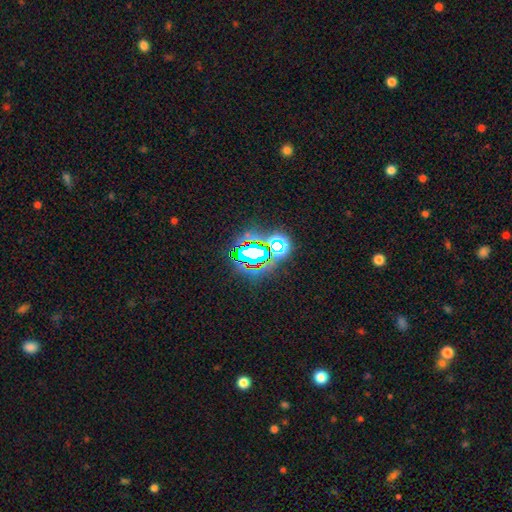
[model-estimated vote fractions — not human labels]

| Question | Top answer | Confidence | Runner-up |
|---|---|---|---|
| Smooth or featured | star or artifact | 77% | smooth (14%) |